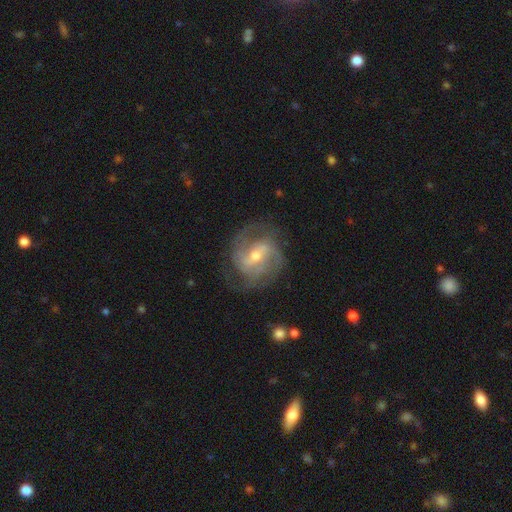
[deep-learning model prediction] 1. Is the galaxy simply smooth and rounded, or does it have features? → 86% featured or disk, 8% smooth, 5% star or artifact.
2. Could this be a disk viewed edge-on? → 97% no, 3% yes.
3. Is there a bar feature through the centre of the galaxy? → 49% weak, 28% strong, 23% no.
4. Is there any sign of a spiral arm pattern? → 95% yes, 5% no.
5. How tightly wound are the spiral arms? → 50% medium, 34% tight, 16% loose.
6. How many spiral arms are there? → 49% 2, 24% 3, 15% can't tell, 5% 4, 4% 1, 3% more than 4.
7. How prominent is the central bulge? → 48% moderate (tied), 48% small (tied), 2% large, 1% none, 1% dominant.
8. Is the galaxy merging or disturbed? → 72% none, 17% minor disturbance, 9% major disturbance, 1% merger.